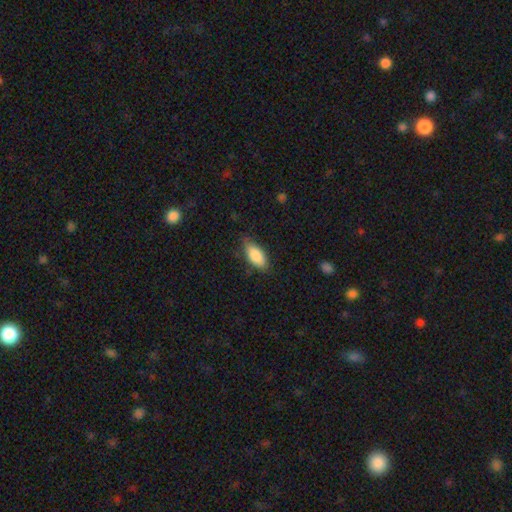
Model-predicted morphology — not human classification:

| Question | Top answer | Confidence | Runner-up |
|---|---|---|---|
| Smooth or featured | smooth | 85% | featured or disk (9%) |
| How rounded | in between | 88% | cigar-shaped (10%) |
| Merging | none | 73% | minor disturbance (22%) |